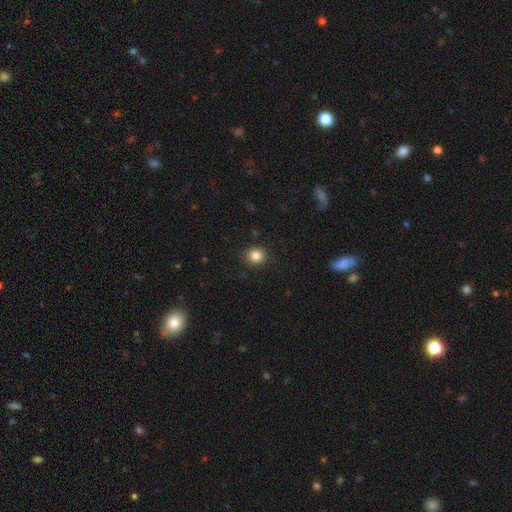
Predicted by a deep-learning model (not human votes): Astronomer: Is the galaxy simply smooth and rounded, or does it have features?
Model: smooth — 84%.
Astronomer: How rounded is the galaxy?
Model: round — 85%.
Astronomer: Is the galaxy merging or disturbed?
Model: none — 90%.